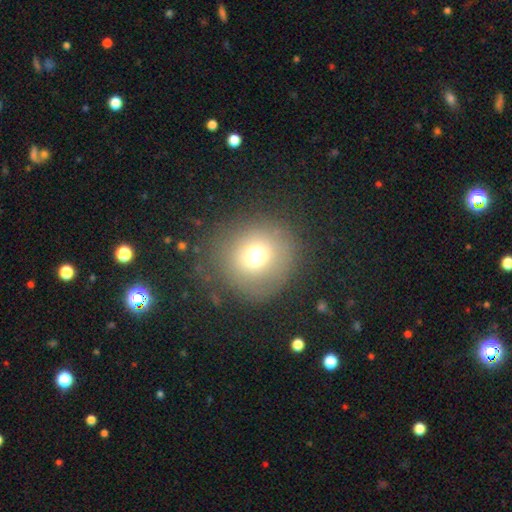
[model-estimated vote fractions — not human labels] This is likely a smooth galaxy (68%). How rounded: clearly round (91%). Merging: likely none (75%).